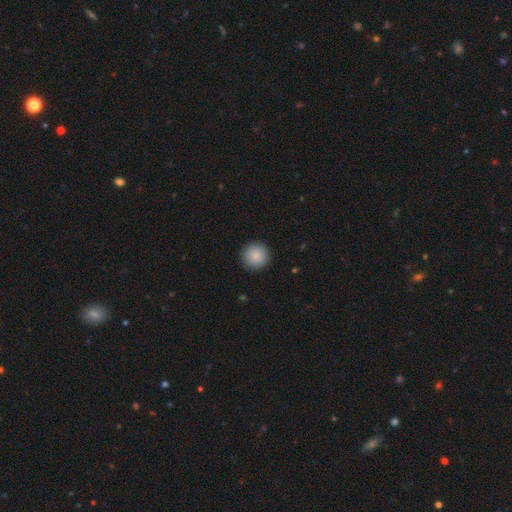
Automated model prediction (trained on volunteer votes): Morphology: type=smooth (86%); roundness=round (96%); merging=none (93%).